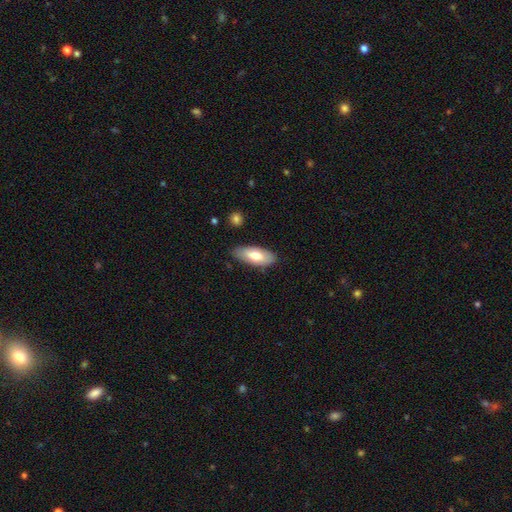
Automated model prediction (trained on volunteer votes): The model was most divided on "smooth or featured": smooth: 69%, featured or disk: 25%, star or artifact: 6%. More confident: how rounded — in between (84%); merging — none (83%).